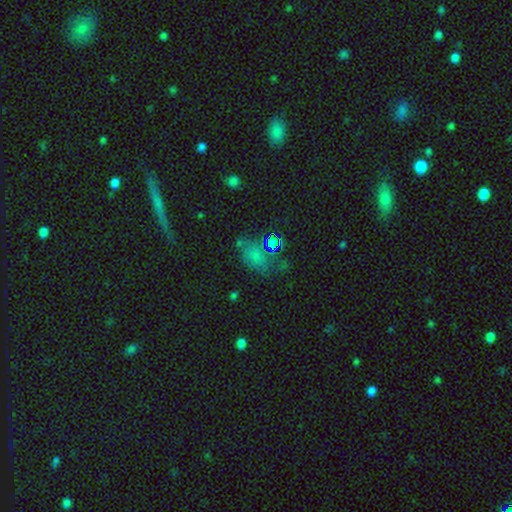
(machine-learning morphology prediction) smooth-or-featured: smooth: 52% | star or artifact: 37% | featured or disk: 11%
  how-rounded: in between: 63% | round: 34% | cigar-shaped: 2%
  merging: none: 60% | minor disturbance: 20% | major disturbance: 11% | merger: 8%